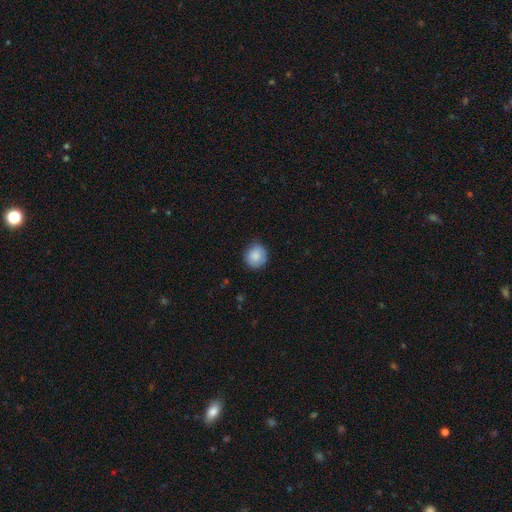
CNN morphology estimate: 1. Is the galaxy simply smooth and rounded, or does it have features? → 87% smooth, 7% star or artifact, 6% featured or disk.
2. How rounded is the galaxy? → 84% round, 15% in between, 1% cigar-shaped.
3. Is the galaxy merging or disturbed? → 81% none, 16% minor disturbance, 3% major disturbance, 1% merger.